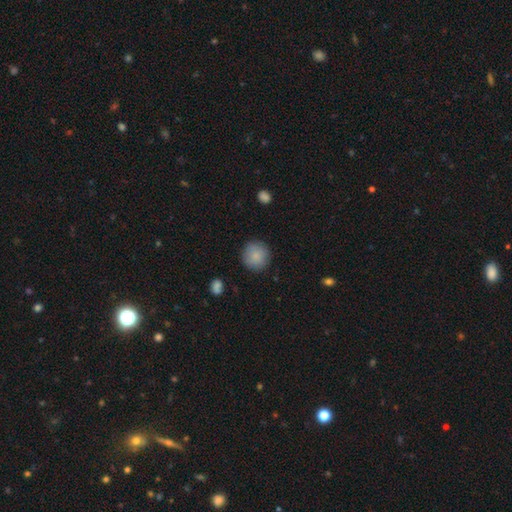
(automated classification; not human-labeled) This is clearly a smooth galaxy (87%). How rounded: clearly round (93%). Merging: clearly none (88%).